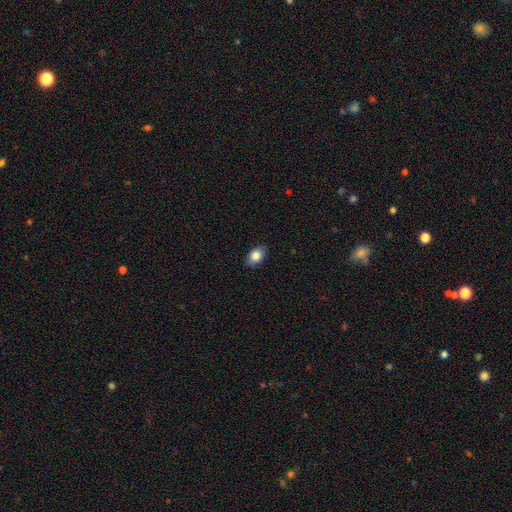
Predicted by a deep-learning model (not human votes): Smooth or featured: smooth — 83% (featured or disk — 10%)
How rounded: in between — 86% (round — 13%)
Merging: none — 88% (minor disturbance — 10%)